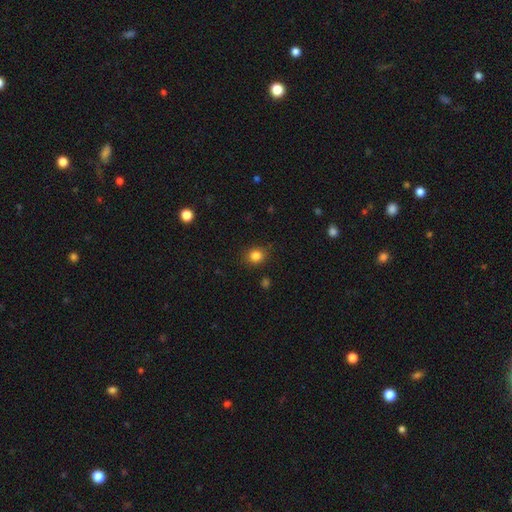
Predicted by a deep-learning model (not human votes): smooth 84%, star or artifact 11%, featured or disk 5%. Down the decision tree: how rounded — round (73%); merging — none (83%).